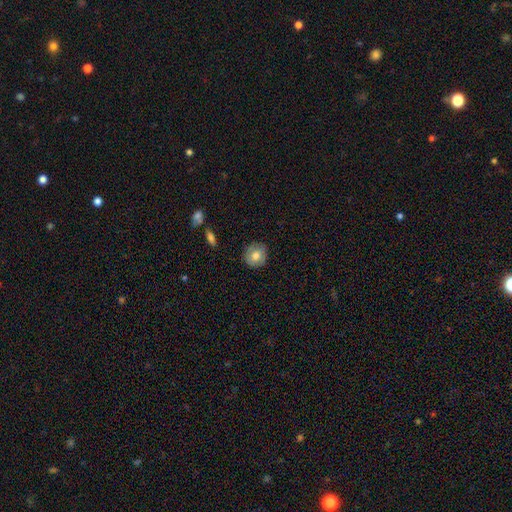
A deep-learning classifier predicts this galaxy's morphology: Overall: smooth (76%). How rounded: round (85%). Merging: none (85%).